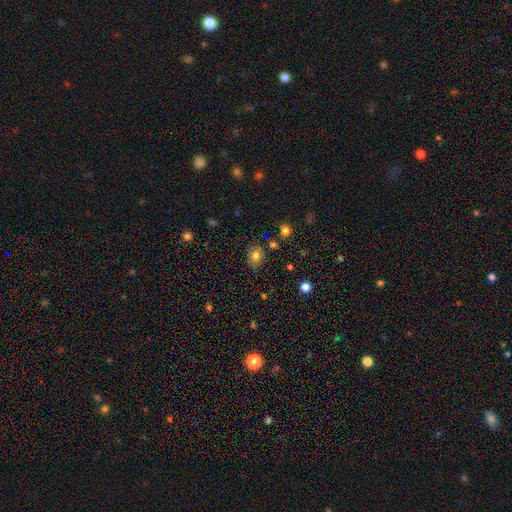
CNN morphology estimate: smooth_or_featured: smooth (p=0.74) [alt: star or artifact p=0.14]
how_rounded: round (p=0.55) [alt: in between p=0.44]
merging: none (p=0.79) [alt: minor disturbance p=0.14]